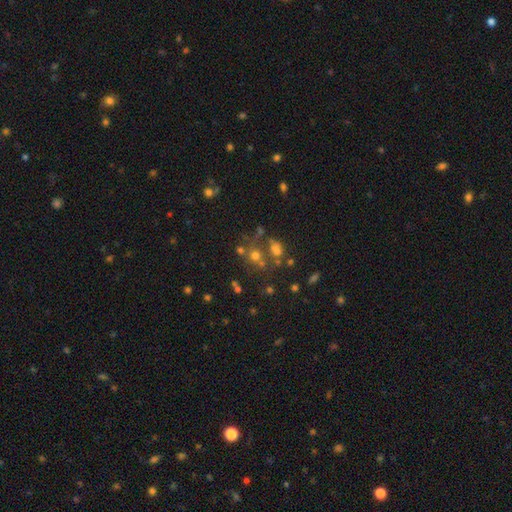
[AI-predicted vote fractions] This appears to be a smooth galaxy with no disk features (44%). Merging: none (52%).